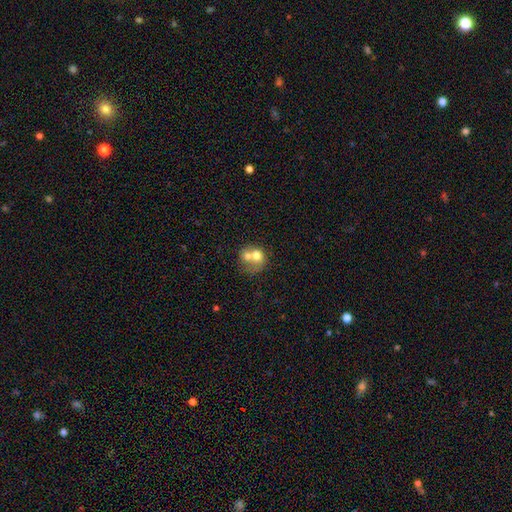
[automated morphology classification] Smooth or featured?
  - smooth: 64% *
  - featured or disk: 27%
  - star or artifact: 9%
How rounded?
  - round: 66% *
  - in between: 33%
  - cigar-shaped: 1%
Merging?
  - merger: 69% *
  - none: 19%
  - minor disturbance: 7%
  - major disturbance: 5%